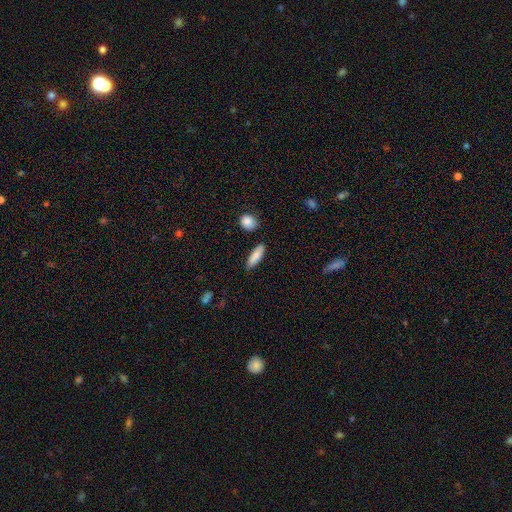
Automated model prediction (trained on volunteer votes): This appears to be a smooth galaxy with no disk features (86%) that is cigar-shaped (53%). Merging: none (84%).